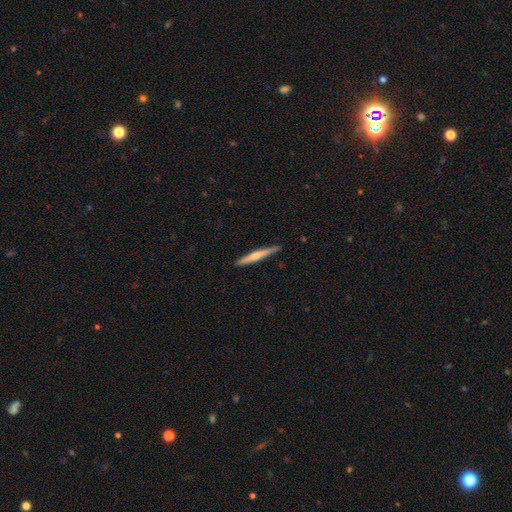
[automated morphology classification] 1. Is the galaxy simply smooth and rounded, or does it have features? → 49% smooth, 46% featured or disk, 5% star or artifact.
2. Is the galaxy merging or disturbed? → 88% none, 9% minor disturbance, 1% major disturbance, 1% merger.